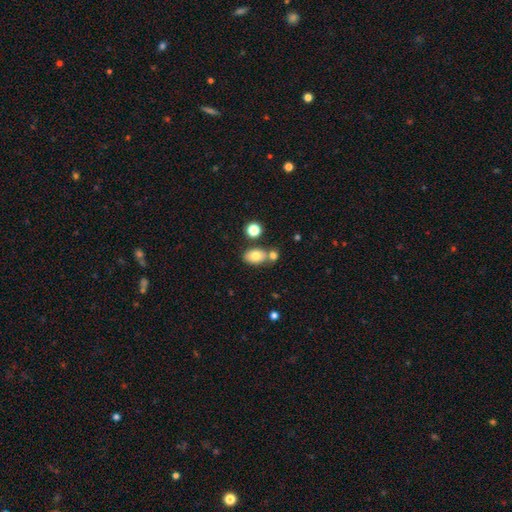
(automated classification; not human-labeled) A smooth galaxy with no disk features (76%) that is in between round and cigar-shaped (82%). Merging: none (57%).